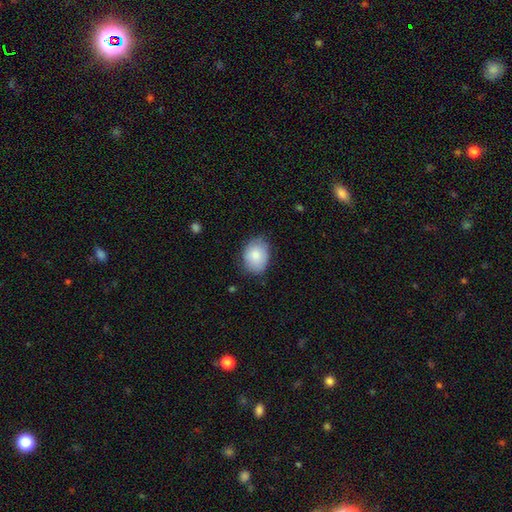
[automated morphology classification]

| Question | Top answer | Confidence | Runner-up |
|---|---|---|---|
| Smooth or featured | smooth | 82% | featured or disk (11%) |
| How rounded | in between | 67% | round (32%) |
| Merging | none | 75% | minor disturbance (20%) |